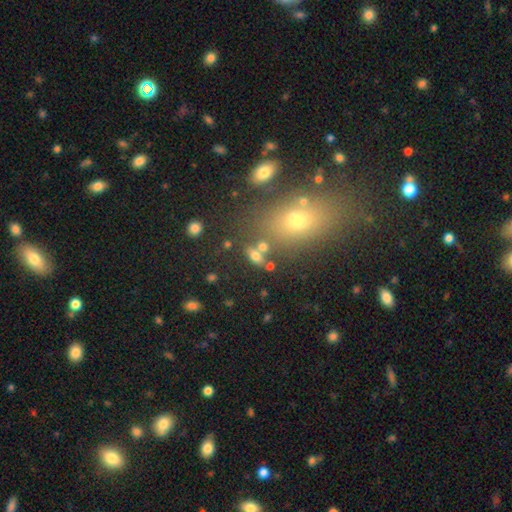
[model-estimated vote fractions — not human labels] This appears to be a smooth galaxy with no disk features (67%) that is in between round and cigar-shaped (77%). Merging: none (62%).